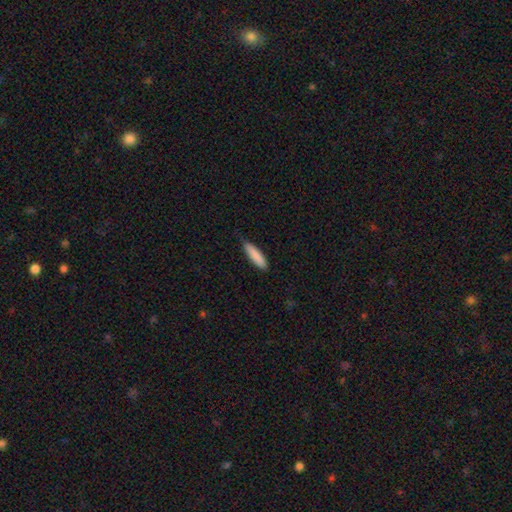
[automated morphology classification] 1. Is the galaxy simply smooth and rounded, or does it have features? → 87% smooth, 8% featured or disk, 6% star or artifact.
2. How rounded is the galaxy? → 76% cigar-shaped, 22% in between, 1% round.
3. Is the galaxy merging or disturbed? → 78% none, 19% minor disturbance, 3% major disturbance, 1% merger.